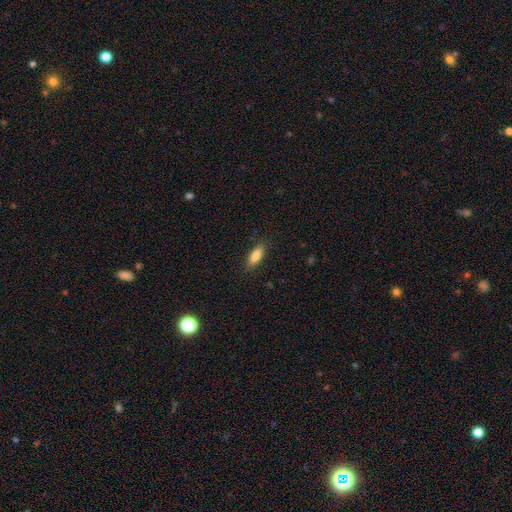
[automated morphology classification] The model was most divided on "how rounded": in between: 68%, cigar-shaped: 30%, round: 2%. More confident: merging — none (86%); smooth or featured — smooth (81%).